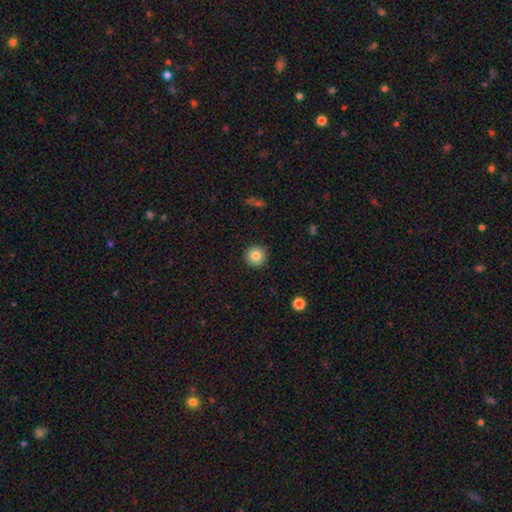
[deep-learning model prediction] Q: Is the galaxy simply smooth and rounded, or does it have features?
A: smooth — 83%.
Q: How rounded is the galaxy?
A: round — 95%.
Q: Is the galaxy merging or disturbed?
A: none — 90%.